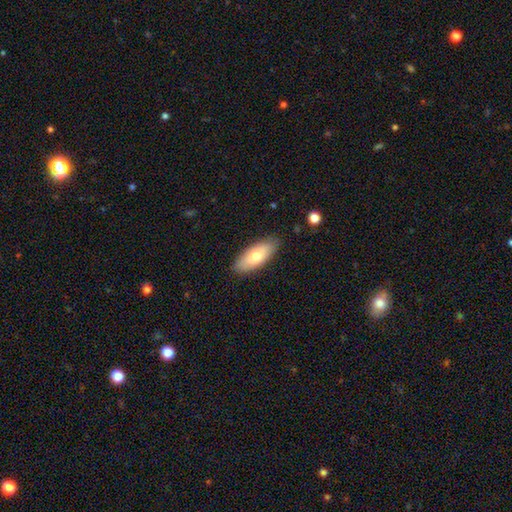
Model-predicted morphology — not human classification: Smooth or featured?
  - smooth: 73% *
  - featured or disk: 21%
  - star or artifact: 6%
How rounded?
  - in between: 78% *
  - cigar-shaped: 20%
  - round: 2%
Merging?
  - none: 87% *
  - minor disturbance: 10%
  - major disturbance: 2%
  - merger: 1%